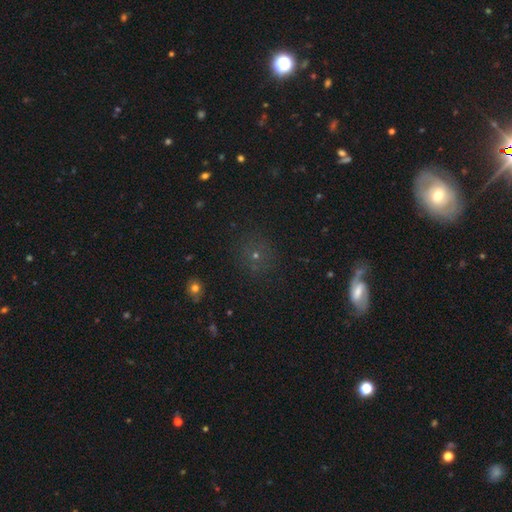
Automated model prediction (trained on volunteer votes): smooth 46%, star or artifact 32%, featured or disk 22%. Down the decision tree: merging — none (76%).